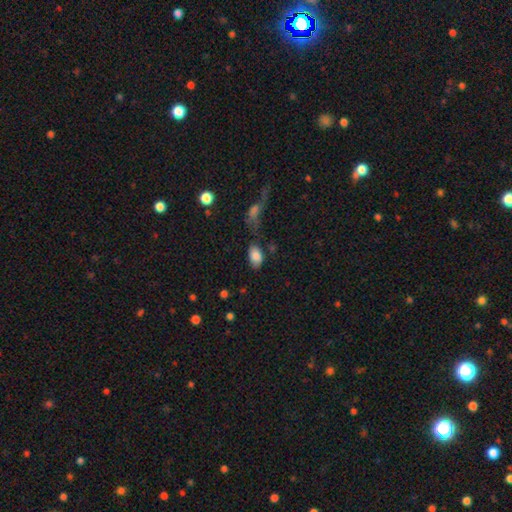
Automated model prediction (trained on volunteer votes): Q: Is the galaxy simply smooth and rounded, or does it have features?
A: smooth — 85%.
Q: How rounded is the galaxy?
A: in between — 93%.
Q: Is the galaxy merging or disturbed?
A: none — 60%.